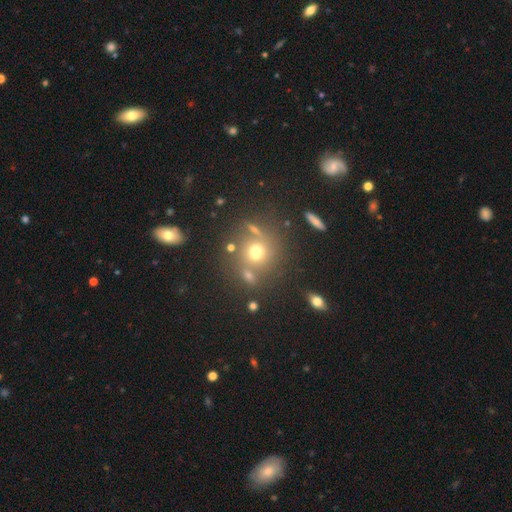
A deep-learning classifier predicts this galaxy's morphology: This is likely a smooth galaxy (64%). How rounded: clearly round (81%). Merging: likely none (61%).